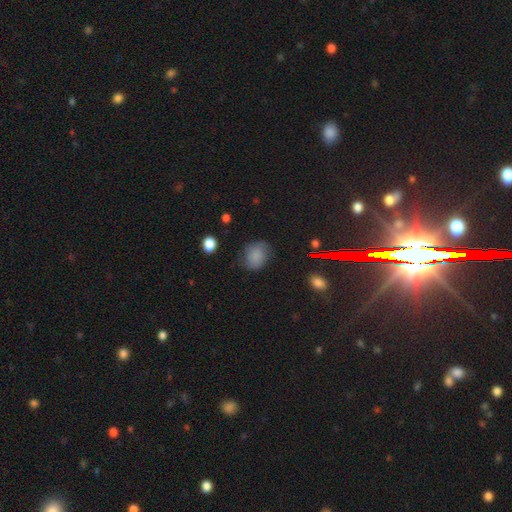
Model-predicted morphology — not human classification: type=smooth (76%); roundness=round (51%); merging=none (66%).